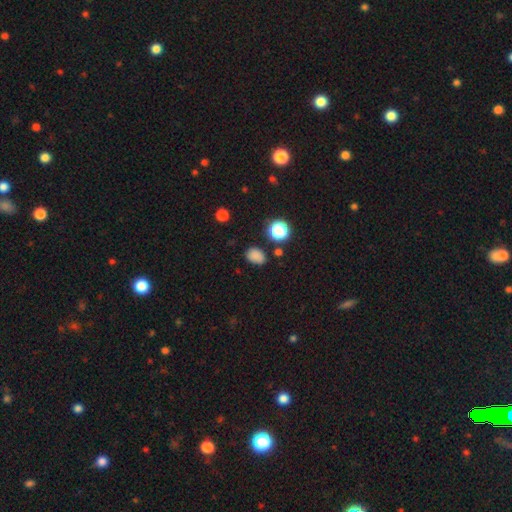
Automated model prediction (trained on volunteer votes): smooth_or_featured: smooth (p=0.81) [alt: star or artifact p=0.15]
how_rounded: in between (p=0.70) [alt: round p=0.29]
merging: none (p=0.77) [alt: minor disturbance p=0.15]